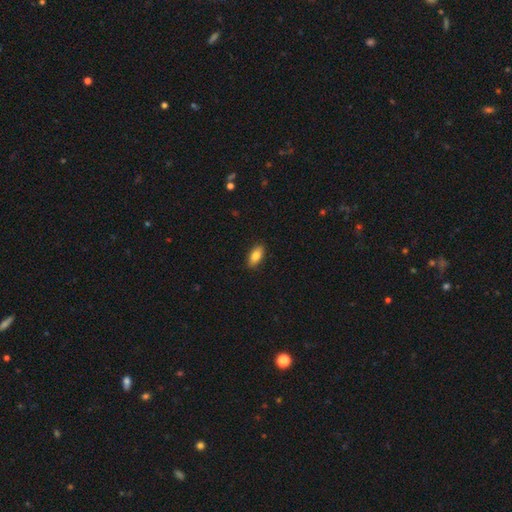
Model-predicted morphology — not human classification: smooth 82%, featured or disk 11%, star or artifact 7%. Down the decision tree: how rounded — in between (87%); merging — none (89%).